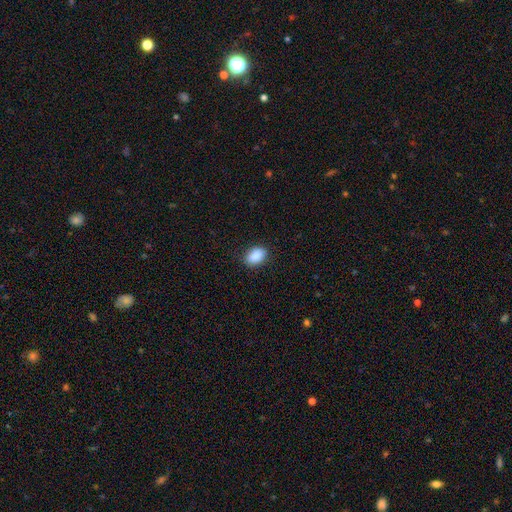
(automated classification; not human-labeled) Q: Smooth or featured?
A: smooth (90%); runner-up: star or artifact (7%)
Q: How rounded?
A: in between (85%); runner-up: round (14%)
Q: Merging?
A: none (87%); runner-up: minor disturbance (10%)